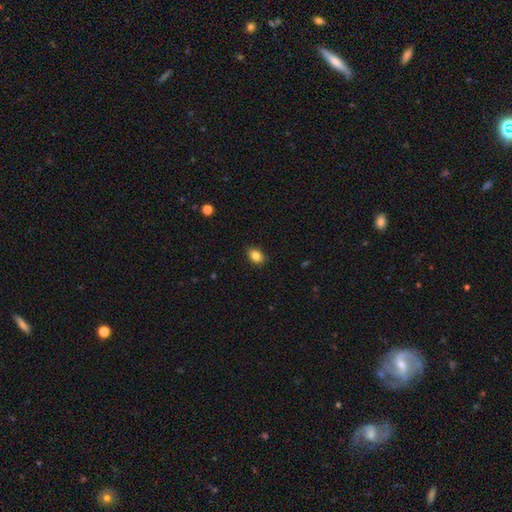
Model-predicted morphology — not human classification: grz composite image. It shows a smooth galaxy with no disk features (84%) that is in between round and cigar-shaped (72%). Merging: none (86%).